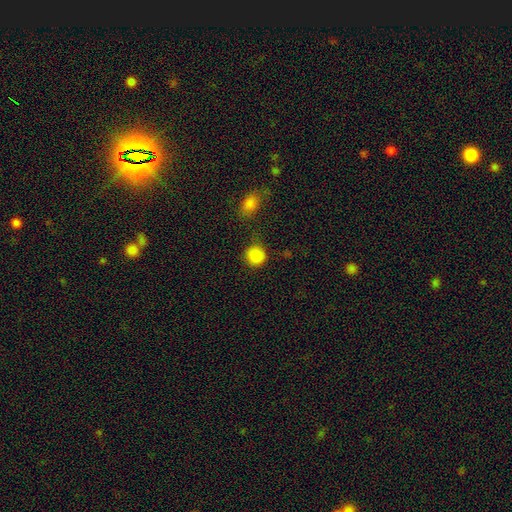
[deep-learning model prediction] Smooth or featured: smooth — 87% (star or artifact — 9%)
How rounded: round — 90% (in between — 9%)
Merging: none — 78% (minor disturbance — 12%)